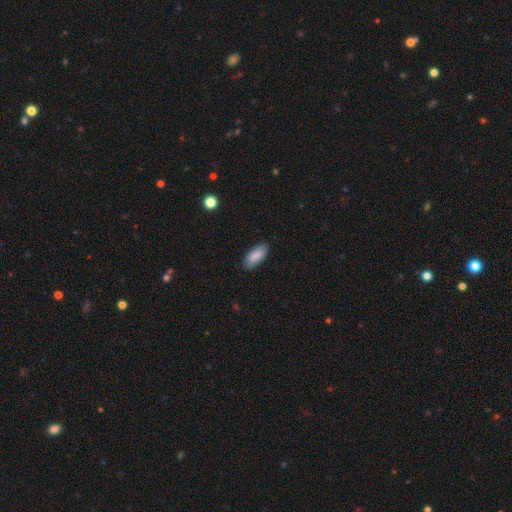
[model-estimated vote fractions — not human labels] A smooth galaxy with no disk features (87%) that is in between round and cigar-shaped (84%). Merging: none (85%).